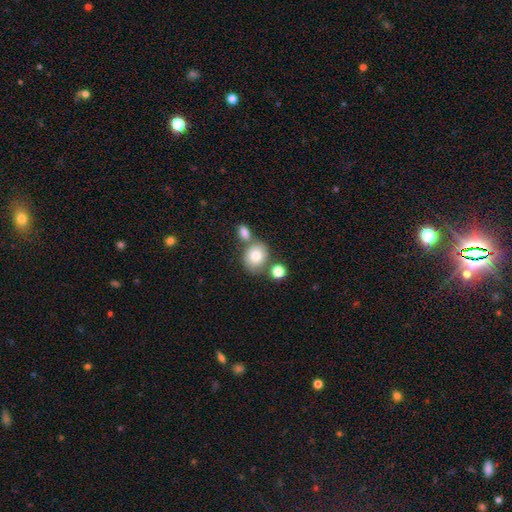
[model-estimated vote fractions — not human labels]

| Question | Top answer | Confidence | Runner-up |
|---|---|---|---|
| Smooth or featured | smooth | 77% | featured or disk (14%) |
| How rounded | round | 63% | in between (35%) |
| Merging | none | 54% | merger (29%) |